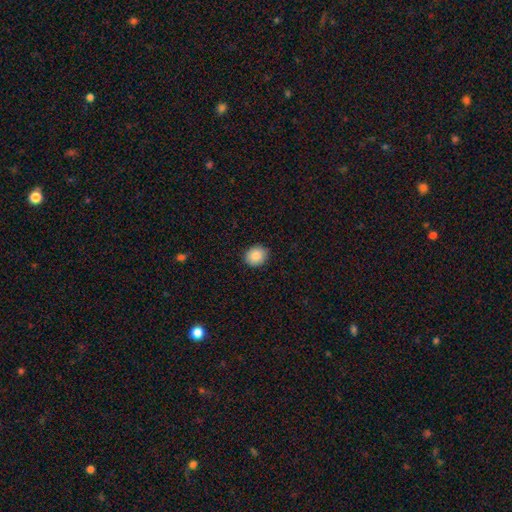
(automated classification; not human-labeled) Morphology: type=smooth (87%); roundness=round (73%); merging=none (90%).